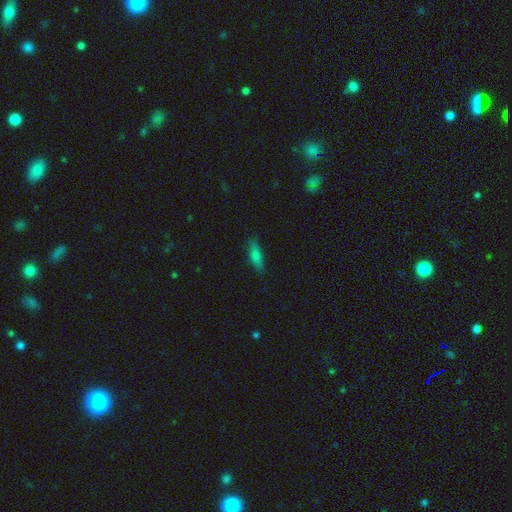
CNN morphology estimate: smooth-or-featured: smooth: 74% | featured or disk: 18% | star or artifact: 8%
  how-rounded: cigar-shaped: 57% | in between: 41% | round: 2%
  merging: none: 85% | minor disturbance: 11% | major disturbance: 2% | merger: 1%